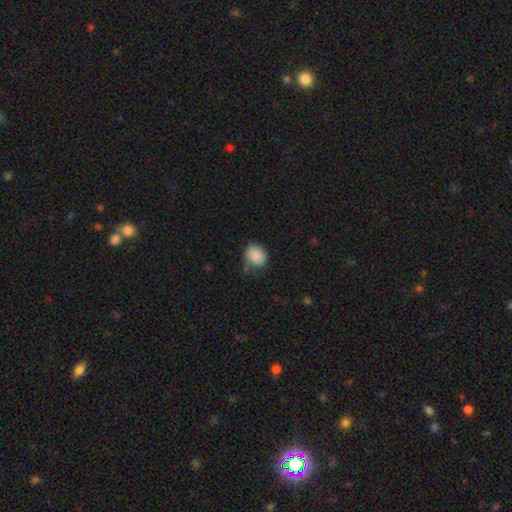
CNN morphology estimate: smooth_or_featured: smooth (p=0.88) [alt: star or artifact p=0.08]
how_rounded: round (p=0.50) [alt: in between p=0.49]
merging: none (p=0.66) [alt: minor disturbance p=0.25]